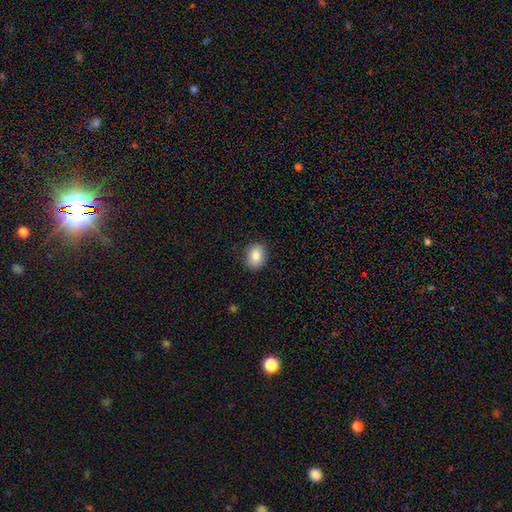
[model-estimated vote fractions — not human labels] smooth-or-featured: smooth: 87% | star or artifact: 8% | featured or disk: 5%
  how-rounded: in between: 60% | round: 39% | cigar-shaped: 1%
  merging: none: 88% | minor disturbance: 9% | major disturbance: 2% | merger: 1%